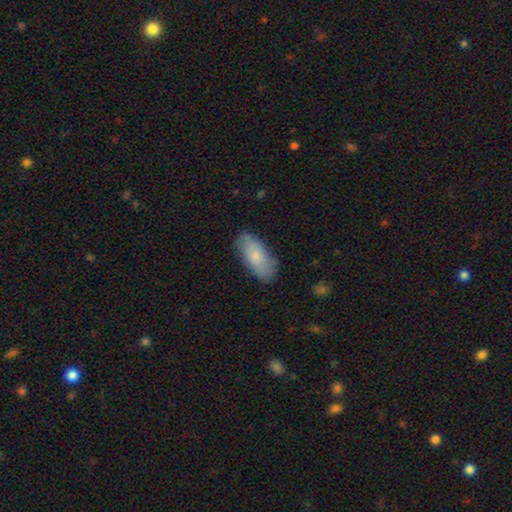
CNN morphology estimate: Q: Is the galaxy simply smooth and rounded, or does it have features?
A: smooth — 74%.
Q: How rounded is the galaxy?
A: in between — 86%.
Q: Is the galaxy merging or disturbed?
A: none — 80%.